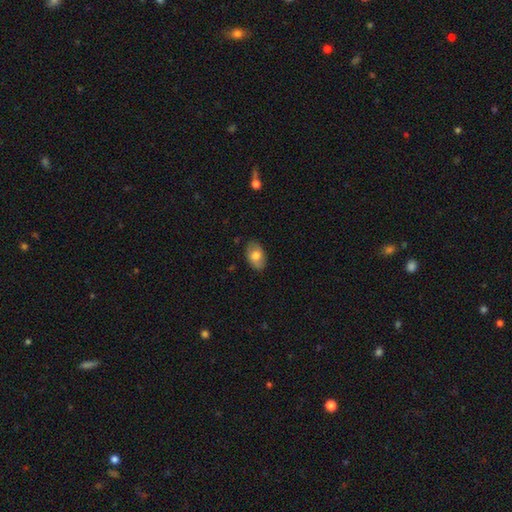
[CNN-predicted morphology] The model was most divided on "smooth or featured": smooth: 73%, featured or disk: 20%, star or artifact: 7%. More confident: how rounded — in between (89%); merging — none (82%).